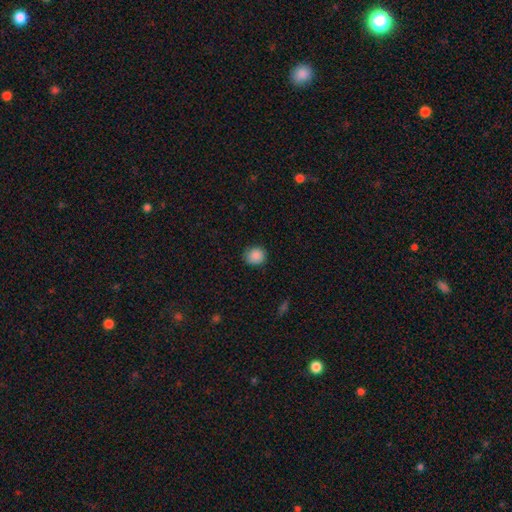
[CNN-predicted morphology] Smooth or featured? smooth (88%)
How rounded? round (81%)
Merging? none (83%)